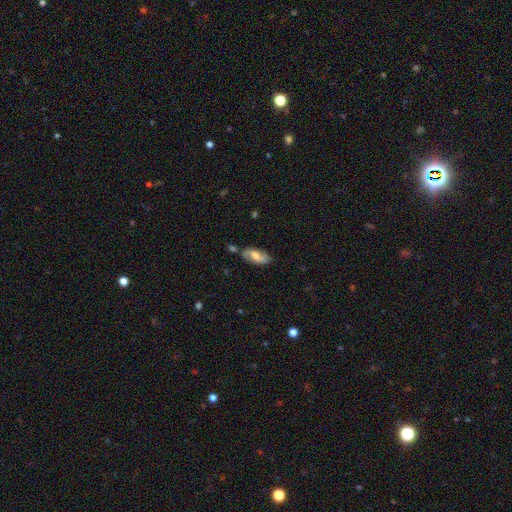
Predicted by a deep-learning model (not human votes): The model was most divided on "smooth or featured": featured or disk: 54%, smooth: 40%, star or artifact: 7%. More confident: edge-on disk — no (88%); merging — none (72%).